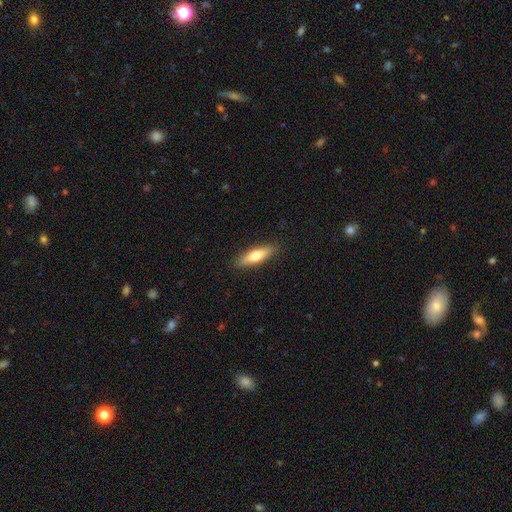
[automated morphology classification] A smooth galaxy with no disk features (66%) that is cigar-shaped (61%). Merging: none (88%).